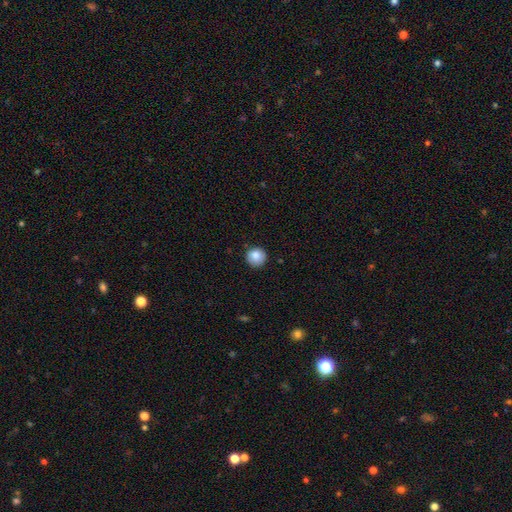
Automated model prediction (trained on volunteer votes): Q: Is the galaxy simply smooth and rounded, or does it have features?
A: smooth — 85%.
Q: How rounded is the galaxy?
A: round — 94%.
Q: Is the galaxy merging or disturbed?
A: none — 88%.